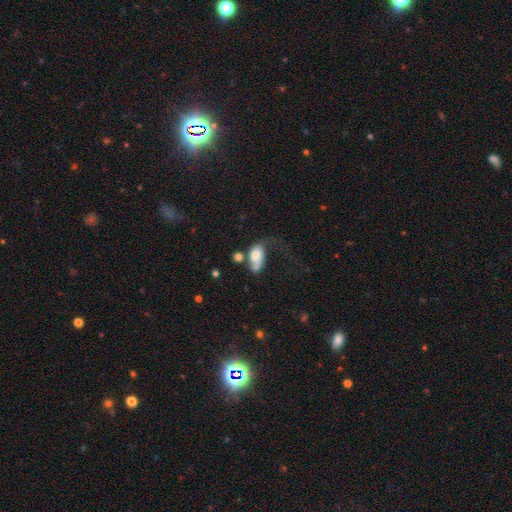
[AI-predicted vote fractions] Smooth or featured?
  - smooth: 58% *
  - featured or disk: 33%
  - star or artifact: 8%
How rounded?
  - in between: 85% *
  - round: 12%
  - cigar-shaped: 3%
Merging?
  - major disturbance: 36% *
  - merger: 29%
  - none: 18%
  - minor disturbance: 17%